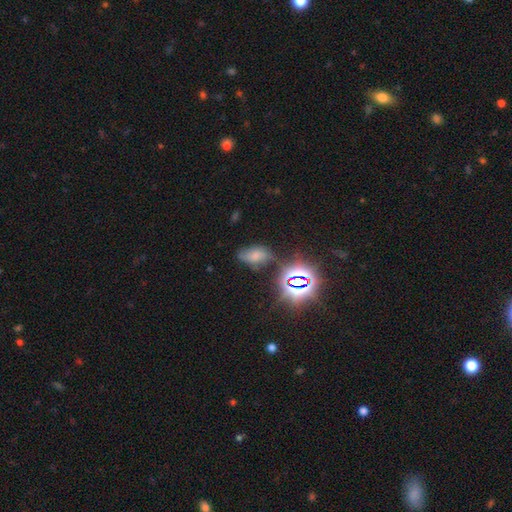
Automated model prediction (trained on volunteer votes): Q: Smooth or featured?
A: smooth (45%); runner-up: star or artifact (32%)
Q: Merging?
A: none (53%); runner-up: minor disturbance (28%)